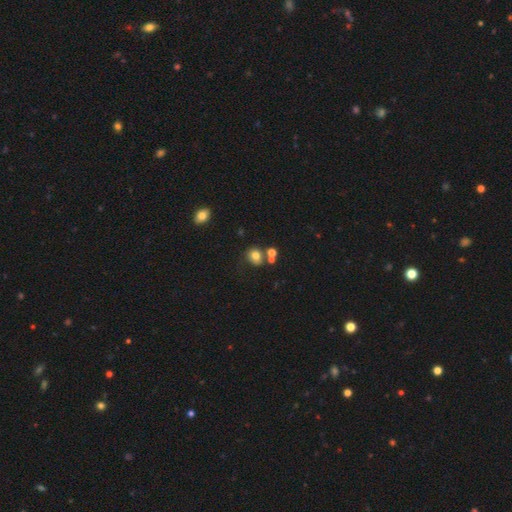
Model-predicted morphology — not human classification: Smooth or featured?
  - smooth: 75% *
  - star or artifact: 13%
  - featured or disk: 12%
How rounded?
  - round: 67% *
  - in between: 32%
  - cigar-shaped: 1%
Merging?
  - none: 57% *
  - merger: 21%
  - minor disturbance: 16%
  - major disturbance: 7%